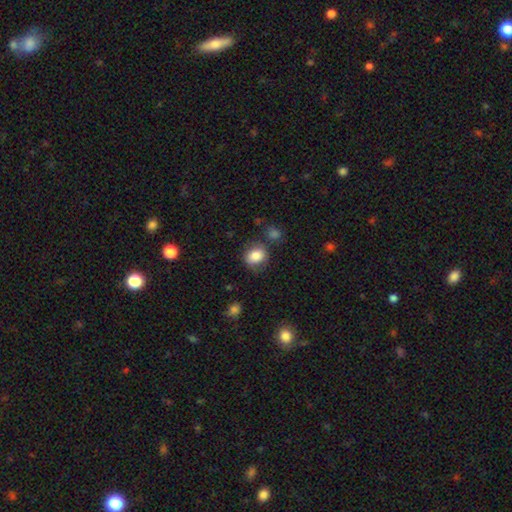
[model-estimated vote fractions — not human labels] The model was most divided on "how rounded": round: 57%, in between: 42%, cigar-shaped: 1%. More confident: smooth or featured — smooth (82%); merging — none (70%).